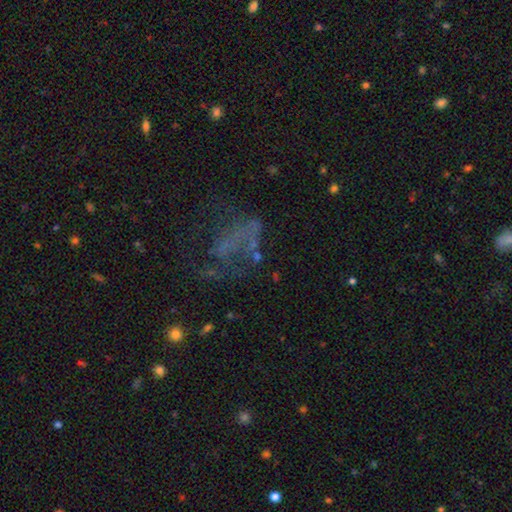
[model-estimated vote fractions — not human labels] Q: Smooth or featured?
A: featured or disk (42%); runner-up: smooth (29%)
Q: Merging?
A: major disturbance (40%); runner-up: none (36%)